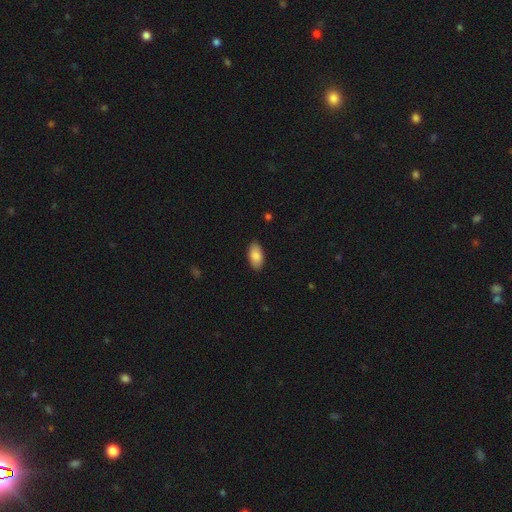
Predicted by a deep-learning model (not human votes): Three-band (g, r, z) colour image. It shows a smooth galaxy with no disk features (86%) that is in between round and cigar-shaped (94%). Merging: none (87%).